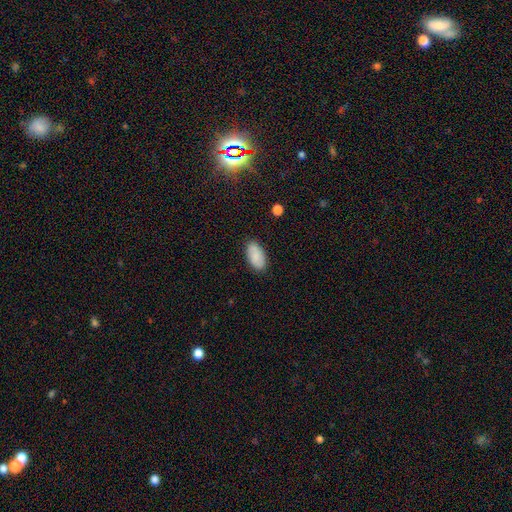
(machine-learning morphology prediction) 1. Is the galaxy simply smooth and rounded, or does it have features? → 85% smooth, 8% featured or disk, 7% star or artifact.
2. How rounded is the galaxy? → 94% in between, 3% round, 3% cigar-shaped.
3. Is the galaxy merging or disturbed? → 85% none, 12% minor disturbance, 2% major disturbance, 1% merger.